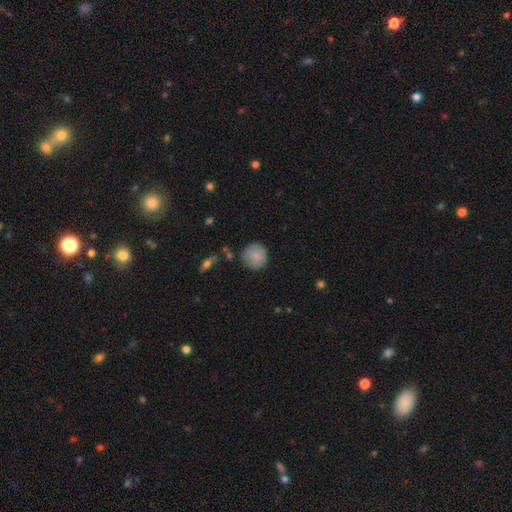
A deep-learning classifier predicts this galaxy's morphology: Smooth or featured? Predicted: smooth (p=0.83). How rounded? Predicted: round (p=0.92). Merging? Predicted: none (p=0.79).